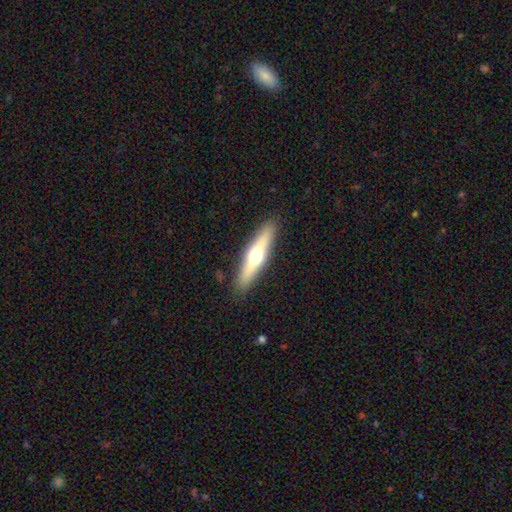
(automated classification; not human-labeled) A featured or disk galaxy (51%) viewed edge-on (91%).

Vote fractions:
- Smooth or featured? featured or disk: 51% / smooth: 43% / star or artifact: 6%
- Edge-on disk? yes: 91% / no: 9%
- Merging? none: 89% / minor disturbance: 8% / major disturbance: 2% / merger: 1%